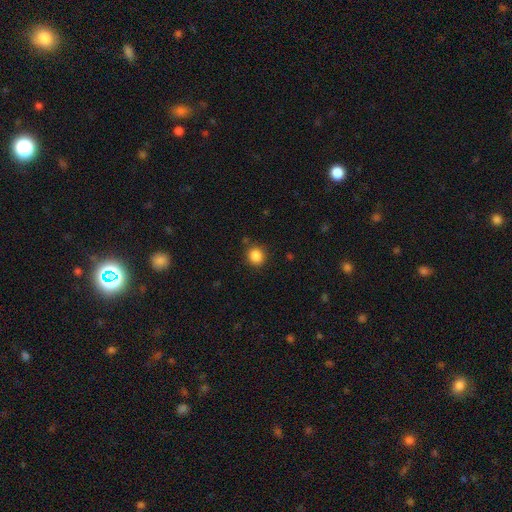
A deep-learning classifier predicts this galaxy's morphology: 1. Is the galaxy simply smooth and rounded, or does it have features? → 86% smooth, 10% star or artifact, 3% featured or disk.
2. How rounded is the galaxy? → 86% round, 13% in between, 1% cigar-shaped.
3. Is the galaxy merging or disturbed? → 86% none, 9% minor disturbance, 3% major disturbance, 2% merger.